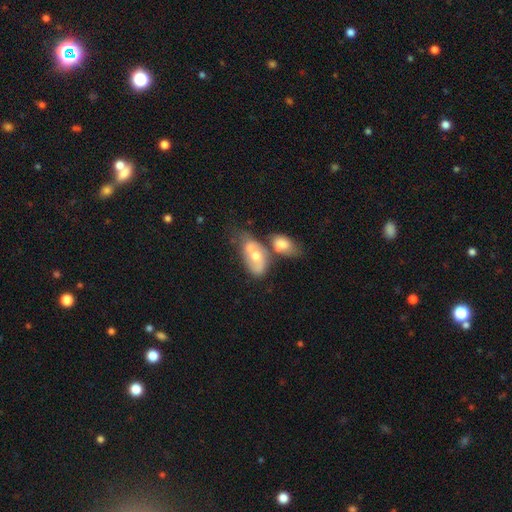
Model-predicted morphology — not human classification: Smooth or featured: smooth — 54% (featured or disk — 38%)
How rounded: in between — 85% (round — 12%)
Merging: merger — 66% (none — 16%)